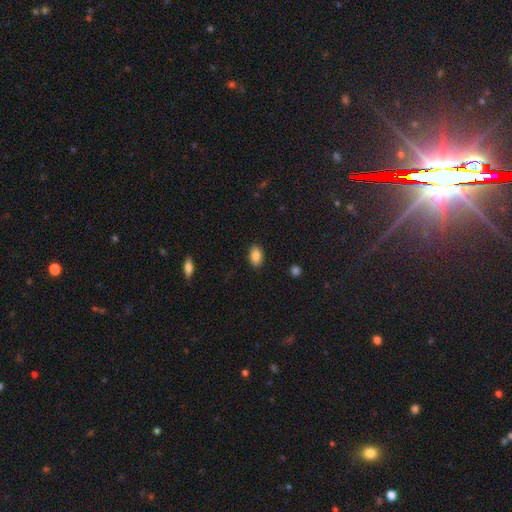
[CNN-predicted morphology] The model was most divided on "merging": none: 87%, minor disturbance: 9%, major disturbance: 2%, merger: 1%. More confident: how rounded — in between (89%); smooth or featured — smooth (86%).